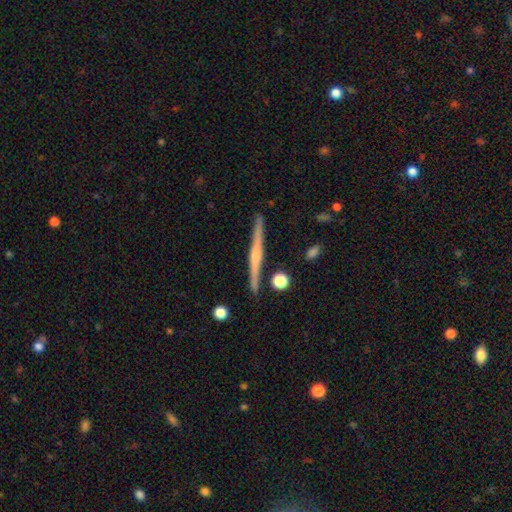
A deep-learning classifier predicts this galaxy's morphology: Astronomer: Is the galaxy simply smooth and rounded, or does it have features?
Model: featured or disk — 72%.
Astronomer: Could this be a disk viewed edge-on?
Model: yes — 98%.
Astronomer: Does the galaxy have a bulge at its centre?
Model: rounded — 71%.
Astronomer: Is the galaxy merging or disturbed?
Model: none — 90%.